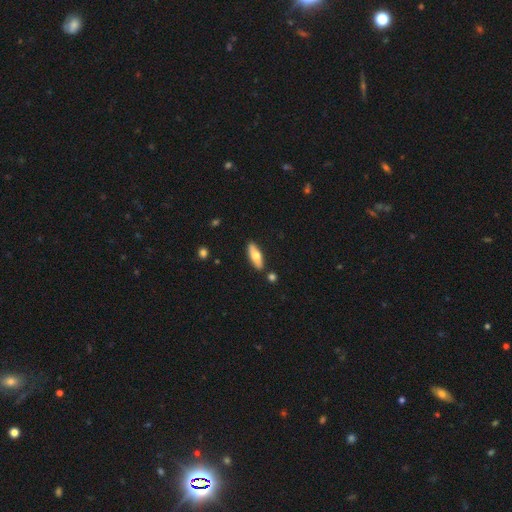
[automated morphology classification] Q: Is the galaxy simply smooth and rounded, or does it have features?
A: smooth — 62%.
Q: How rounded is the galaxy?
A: in between — 52%.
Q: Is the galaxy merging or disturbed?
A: none — 86%.